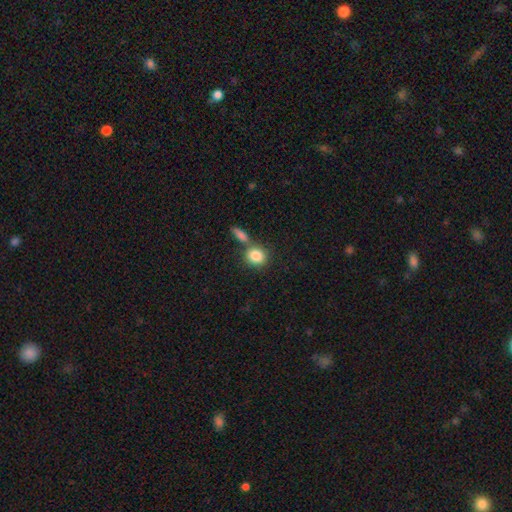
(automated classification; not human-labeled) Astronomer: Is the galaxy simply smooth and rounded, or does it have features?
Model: smooth — 85%.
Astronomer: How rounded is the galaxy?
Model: round — 72%.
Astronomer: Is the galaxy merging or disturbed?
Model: none — 57%.